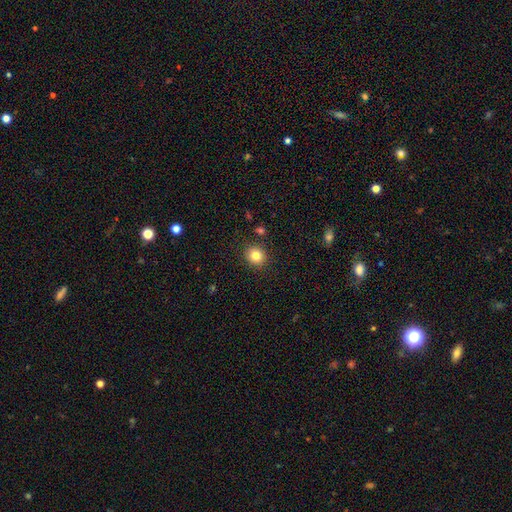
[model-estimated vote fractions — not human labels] smooth_or_featured: smooth (p=0.82) [alt: star or artifact p=0.11]
how_rounded: round (p=0.83) [alt: in between p=0.16]
merging: none (p=0.89) [alt: minor disturbance p=0.07]